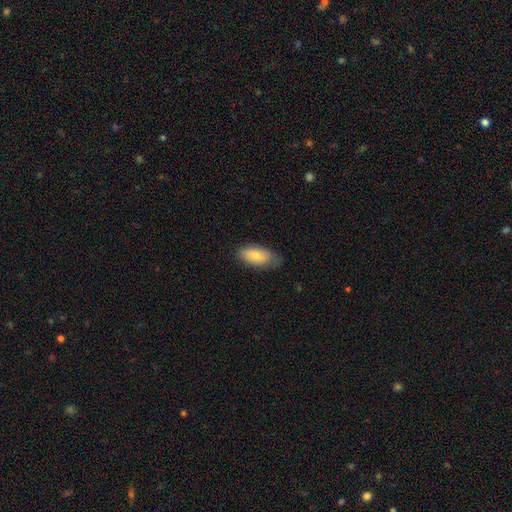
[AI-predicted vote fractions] Q: Smooth or featured?
A: smooth (77%); runner-up: featured or disk (17%)
Q: How rounded?
A: in between (91%); runner-up: cigar-shaped (6%)
Q: Merging?
A: none (68%); runner-up: minor disturbance (26%)